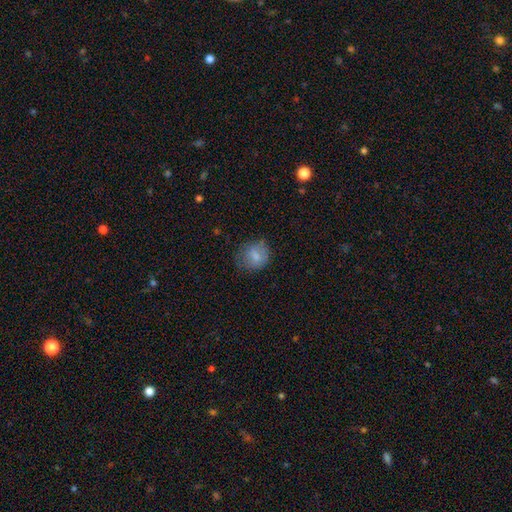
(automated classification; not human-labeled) Smooth or featured: smooth — 76% (featured or disk — 15%)
How rounded: round — 73% (in between — 26%)
Merging: none — 63% (minor disturbance — 25%)